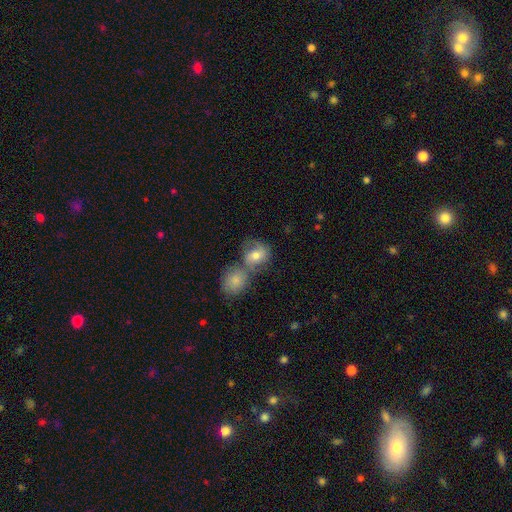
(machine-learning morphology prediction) The model was most divided on "smooth or featured": smooth: 54%, featured or disk: 38%, star or artifact: 8%. More confident: how rounded — round (60%); merging — merger (52%).